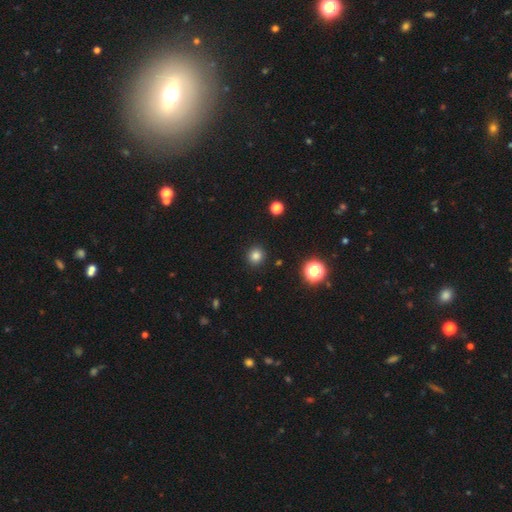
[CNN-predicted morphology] smooth 82%, star or artifact 14%, featured or disk 4%. Down the decision tree: how rounded — round (92%); merging — none (92%).